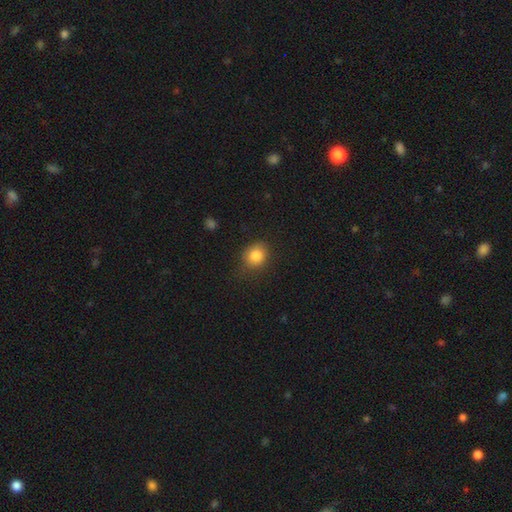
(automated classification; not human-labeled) smooth 84%, star or artifact 10%, featured or disk 6%. Down the decision tree: how rounded — round (69%); merging — none (76%).